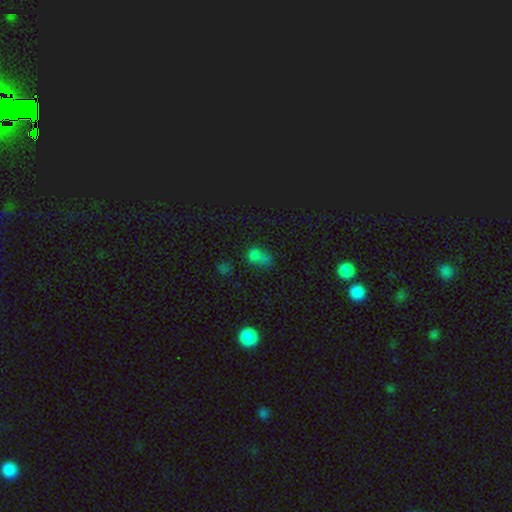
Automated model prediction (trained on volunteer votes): smooth-or-featured: smooth: 62% | star or artifact: 27% | featured or disk: 11%
  how-rounded: in between: 69% | round: 27% | cigar-shaped: 4%
  merging: none: 32% | minor disturbance: 23% | merger: 23% | major disturbance: 22%